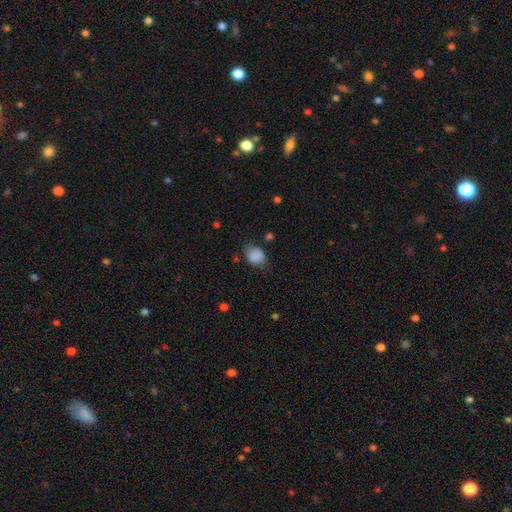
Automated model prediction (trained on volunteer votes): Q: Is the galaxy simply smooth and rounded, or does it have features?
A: smooth — 85%.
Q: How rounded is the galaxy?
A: in between — 51%.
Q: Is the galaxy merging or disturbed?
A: none — 65%.